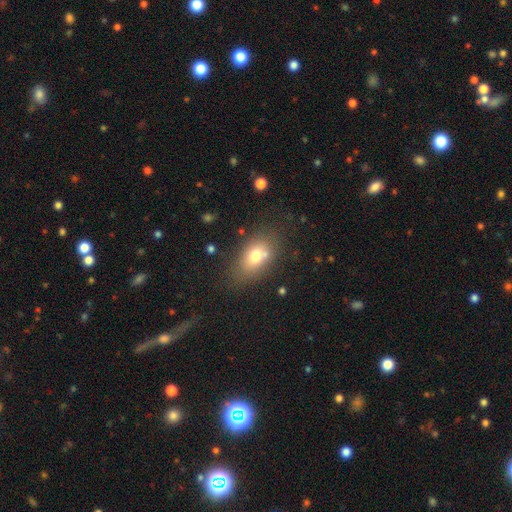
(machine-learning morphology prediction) A smooth galaxy with no disk features (72%) that is in between round and cigar-shaped (81%).

Vote fractions:
- Smooth or featured? smooth: 72% / featured or disk: 17% / star or artifact: 10%
- How rounded? in between: 81% / round: 17% / cigar-shaped: 2%
- Merging? none: 65% / minor disturbance: 17% / merger: 11% / major disturbance: 7%